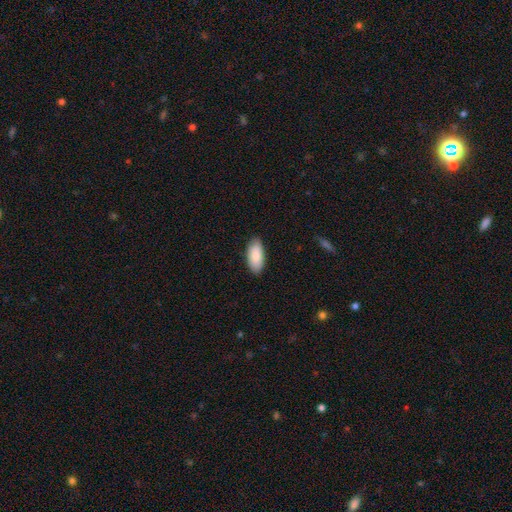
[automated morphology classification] Smooth or featured? Predicted: smooth (p=0.86). How rounded? Predicted: in between (p=0.92). Merging? Predicted: none (p=0.88).